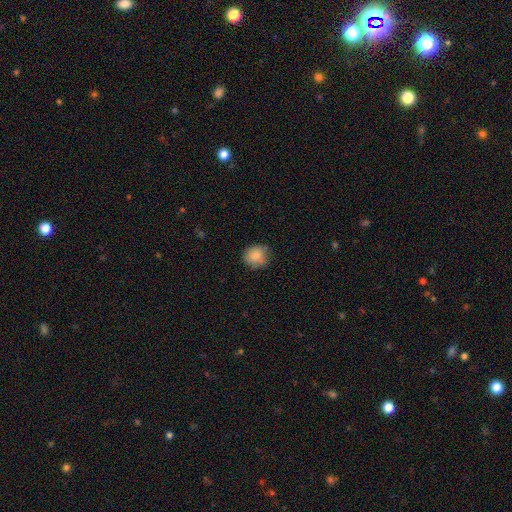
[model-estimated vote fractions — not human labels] Overall: smooth (83%). How rounded: round (74%). Merging: none (69%).